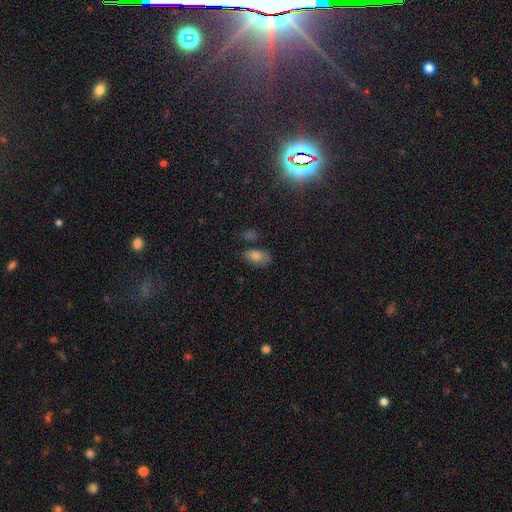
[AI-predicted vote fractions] A smooth galaxy with no disk features (75%) that is in between round and cigar-shaped (90%). Merging: none (66%).